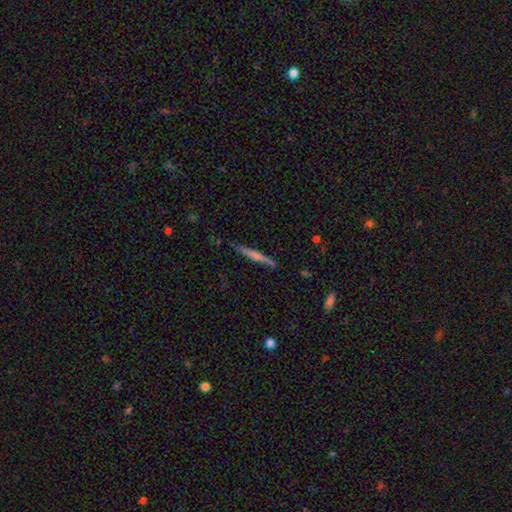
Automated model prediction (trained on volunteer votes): Smooth or featured: featured or disk — 60% (smooth — 32%)
Edge-on disk: yes — 97% (no — 3%)
Edge-on bulge: none — 45% (rounded — 43%)
Merging: none — 89% (minor disturbance — 8%)